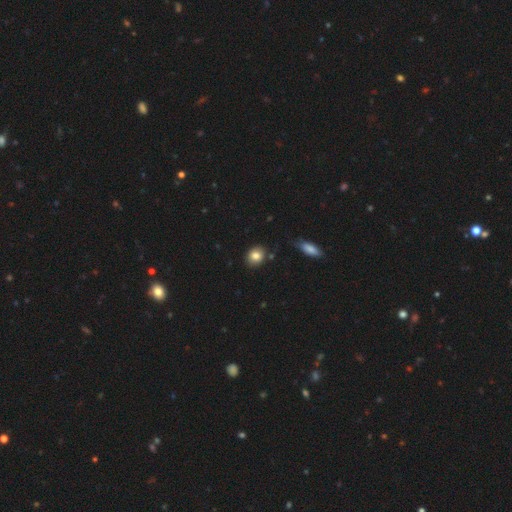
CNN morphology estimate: Smooth or featured? smooth (84%)
How rounded? round (62%)
Merging? none (84%)